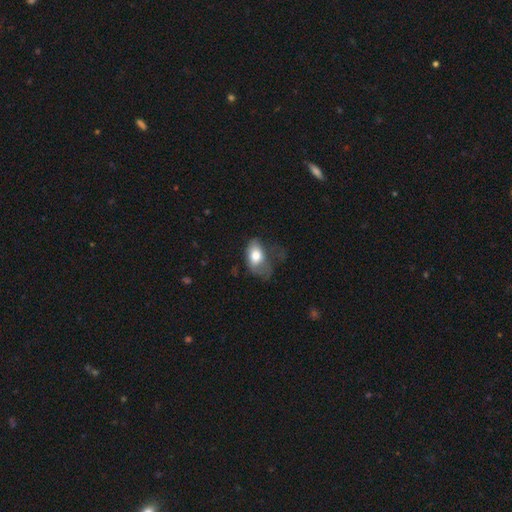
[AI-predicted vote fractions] Smooth or featured? Predicted: smooth (p=0.72). How rounded? Predicted: in between (p=0.89). Merging? Predicted: major disturbance (p=0.42).